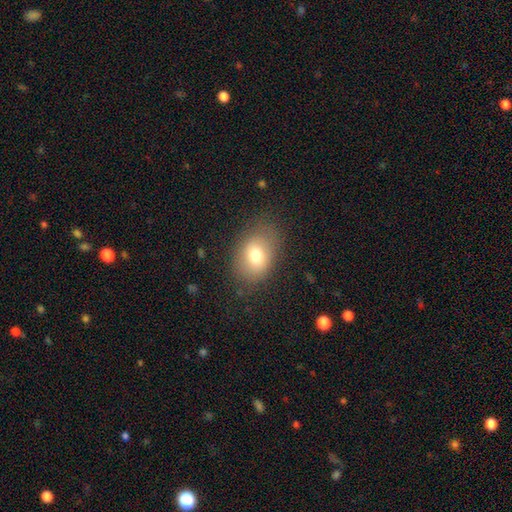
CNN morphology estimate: This is likely a smooth galaxy (74%). How rounded: likely in between (73%). Merging: likely none (76%).